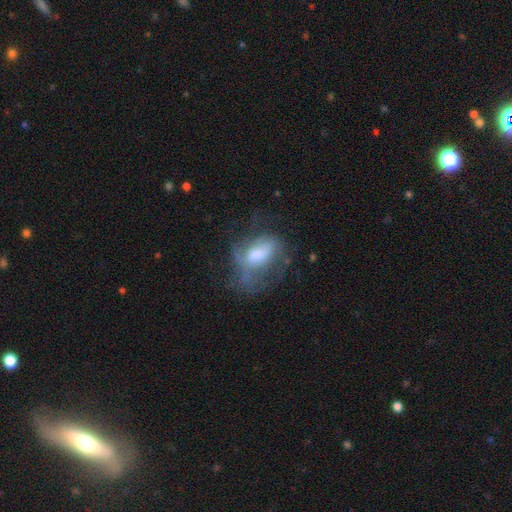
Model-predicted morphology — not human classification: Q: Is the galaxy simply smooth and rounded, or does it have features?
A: featured or disk — 53%.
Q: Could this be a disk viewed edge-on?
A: no — 95%.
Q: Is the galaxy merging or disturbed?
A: major disturbance — 40%.